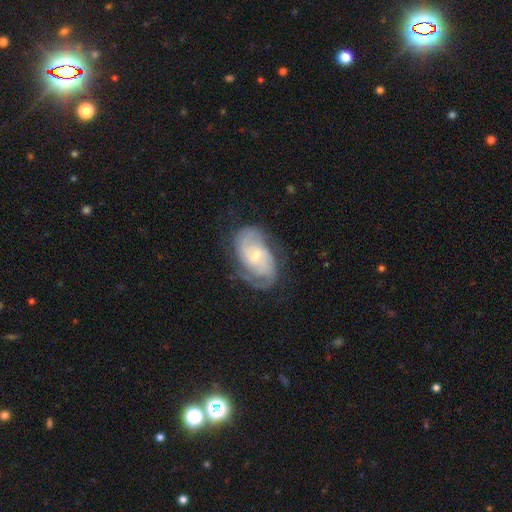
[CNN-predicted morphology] This appears to be a featured or disk galaxy (81%) with a weak bar (47%), 2 (63%) medium (45%) spiral arms (94%) and a small central bulge (62%). Merging: none (68%).